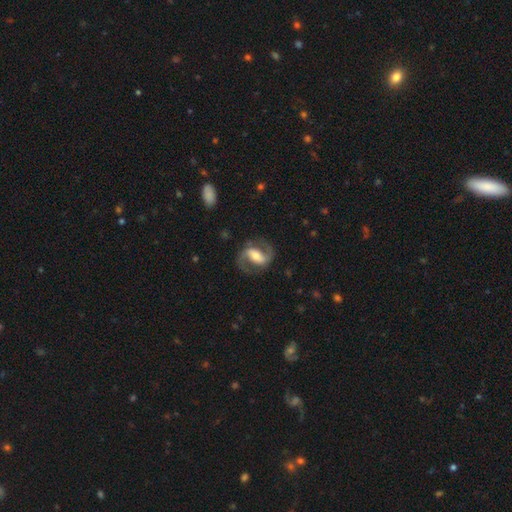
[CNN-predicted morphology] This appears to be a featured or disk galaxy (85%) with a strong bar (49%), 2 (93%) medium (57%) spiral arms (95%) and a moderate central bulge (54%). Merging: none (80%).